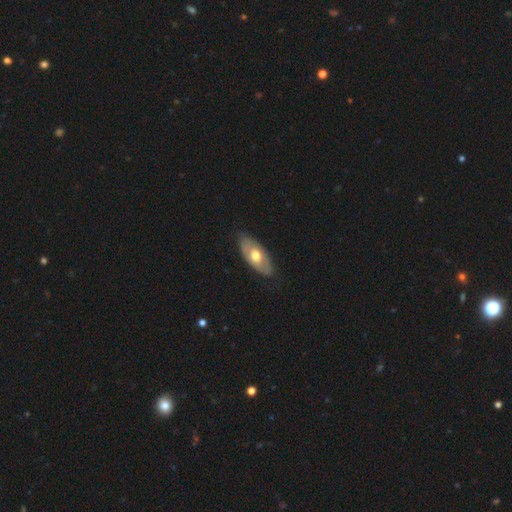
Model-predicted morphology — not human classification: smooth 49%, featured or disk 46%, star or artifact 5%. Down the decision tree: merging — none (79%).